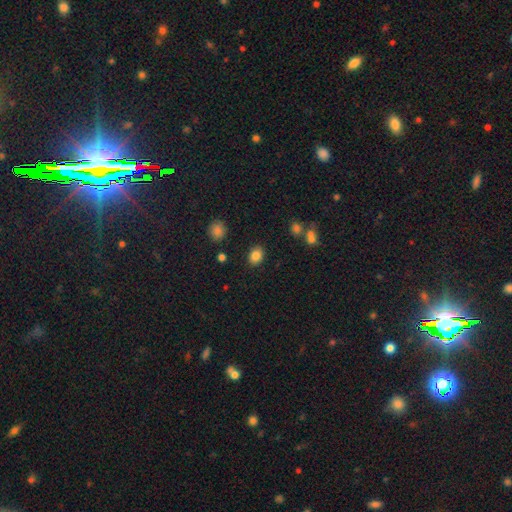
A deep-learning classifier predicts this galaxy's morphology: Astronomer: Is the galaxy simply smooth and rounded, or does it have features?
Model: smooth — 85%.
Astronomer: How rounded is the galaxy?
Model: in between — 63%.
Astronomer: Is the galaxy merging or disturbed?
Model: none — 87%.